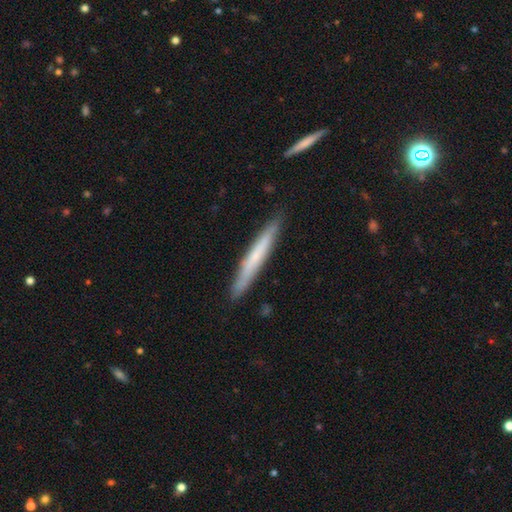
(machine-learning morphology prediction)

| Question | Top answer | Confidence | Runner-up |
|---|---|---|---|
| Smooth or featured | smooth | 53% | featured or disk (41%) |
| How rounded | cigar-shaped | 96% | in between (3%) |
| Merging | none | 88% | minor disturbance (9%) |